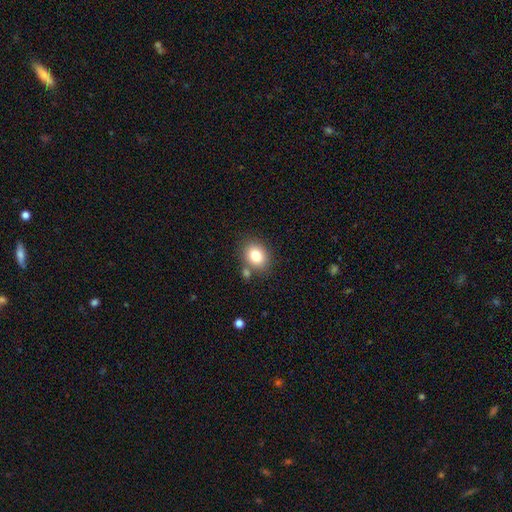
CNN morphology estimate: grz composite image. It shows a smooth galaxy with no disk features (82%) that is in between round and cigar-shaped (53%). Merging: none (75%).